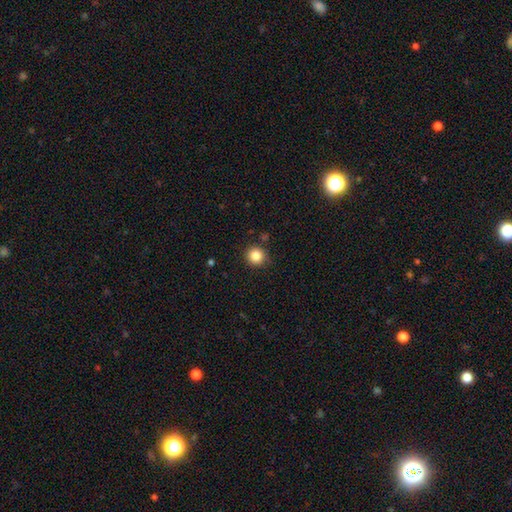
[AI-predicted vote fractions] This appears to be a smooth galaxy with no disk features (84%) that is round (93%). Merging: none (89%).